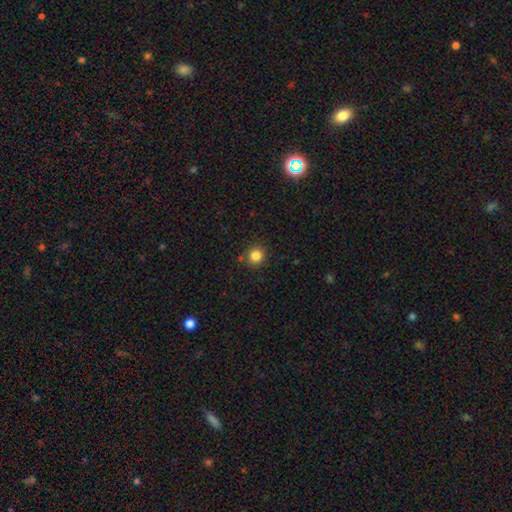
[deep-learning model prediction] This appears to be a smooth galaxy with no disk features (84%) that is round (92%). Merging: none (87%).